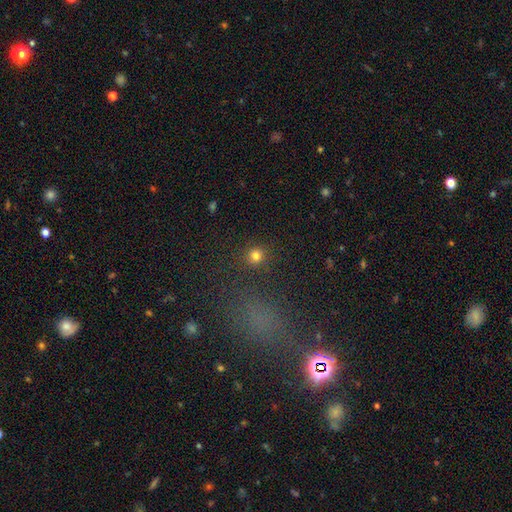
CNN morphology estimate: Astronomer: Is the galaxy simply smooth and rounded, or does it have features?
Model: smooth — 79%.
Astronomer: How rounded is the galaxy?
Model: round — 92%.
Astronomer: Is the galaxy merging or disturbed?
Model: none — 89%.